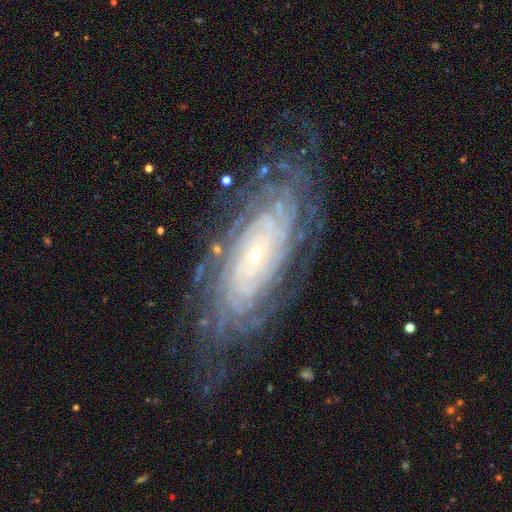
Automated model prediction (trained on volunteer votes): This is clearly a featured or disk galaxy (87%). It is clearly not viewed edge-on (91%). Bar: likely no (72%). Spiral arm pattern: clearly yes (97%). Spiral arm count: marginally can't tell (31%). Spiral winding: clearly tight (84%). Central bulge: clearly small (84%). Merging: likely none (78%).